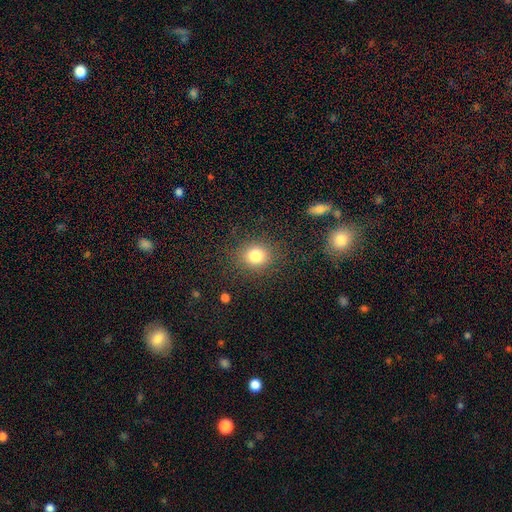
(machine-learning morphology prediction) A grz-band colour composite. It shows a smooth galaxy with no disk features (81%) that is round (78%). Merging: none (86%).